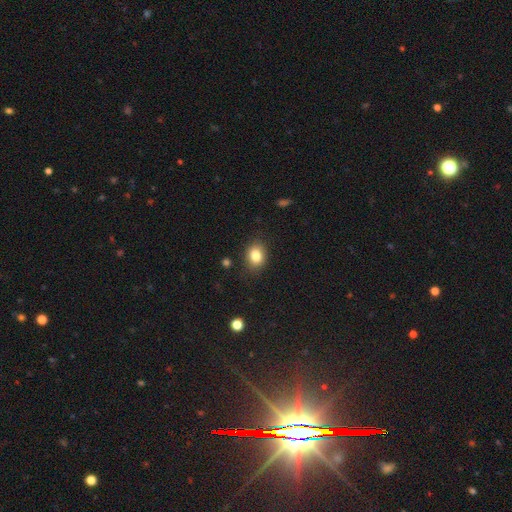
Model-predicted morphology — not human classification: Smooth or featured? Predicted: smooth (p=0.82). How rounded? Predicted: in between (p=0.57). Merging? Predicted: none (p=0.85).